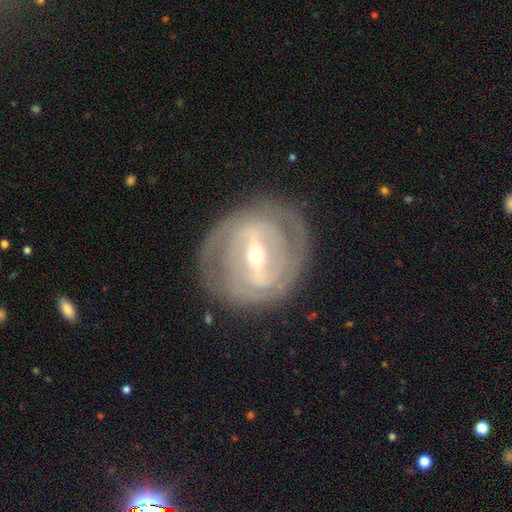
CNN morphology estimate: This is clearly a featured or disk galaxy (85%). It is clearly not viewed edge-on (94%). Bar: likely strong (64%). Spiral arm pattern: clearly yes (83%). Spiral arm count: marginally 2 (45%). Spiral winding: likely tight (65%). Central bulge: possibly small (56%). Merging: clearly none (80%).